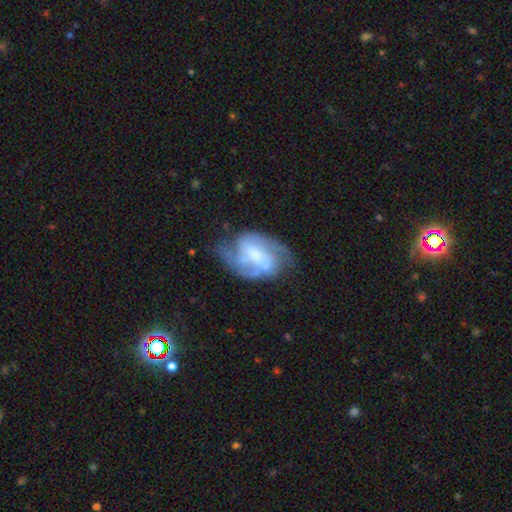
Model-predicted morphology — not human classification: A featured or disk galaxy (77%) with a weak bar (40%), 2 (70%) medium (47%) spiral arms (88%) and a small central bulge (30%). Merging: none (53%).